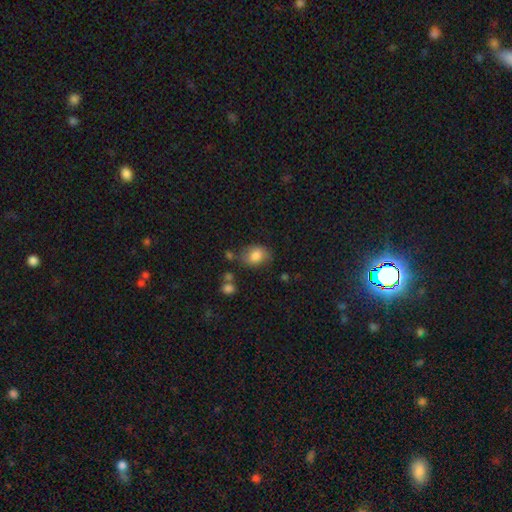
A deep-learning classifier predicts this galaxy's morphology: Smooth or featured?
  - smooth: 79% *
  - featured or disk: 12%
  - star or artifact: 9%
How rounded?
  - in between: 64% *
  - round: 34%
  - cigar-shaped: 1%
Merging?
  - none: 65% *
  - minor disturbance: 23%
  - major disturbance: 7%
  - merger: 5%